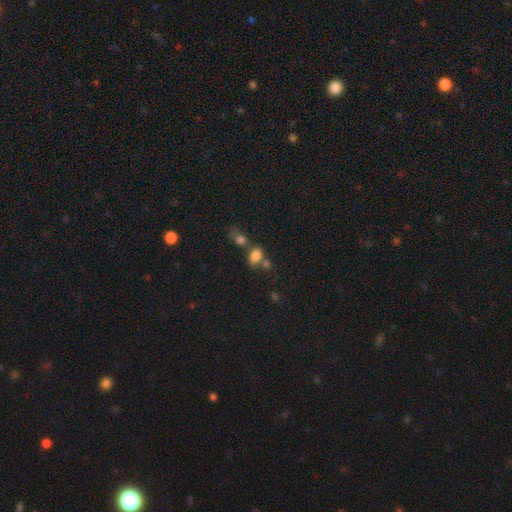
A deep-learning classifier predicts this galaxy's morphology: The model was most divided on "merging": merger: 42%, none: 36%, minor disturbance: 14%, major disturbance: 9%. More confident: smooth or featured — smooth (78%); how rounded — in between (73%).